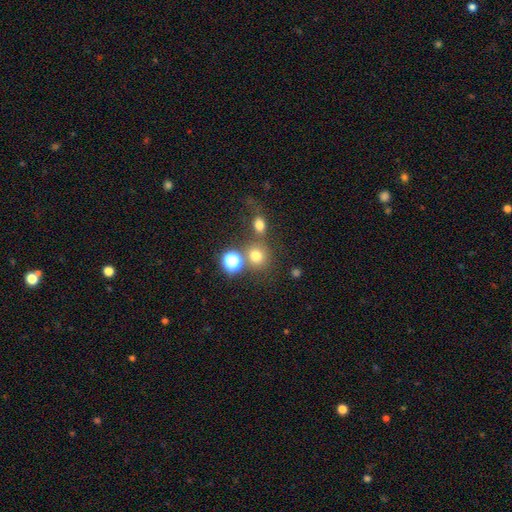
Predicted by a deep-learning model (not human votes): This appears to be a smooth galaxy with no disk features (72%) that is round (82%). Merging: none (64%).